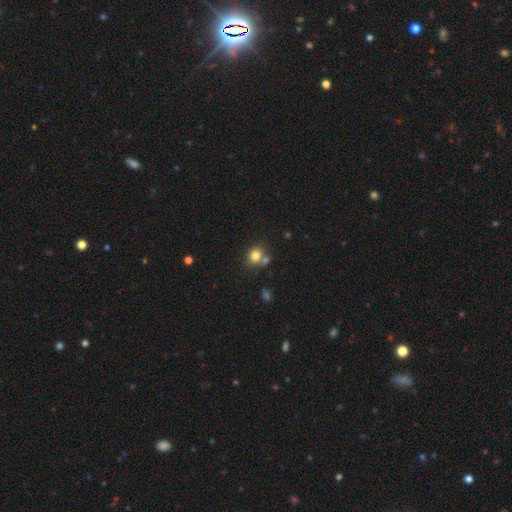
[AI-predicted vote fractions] Smooth or featured?
  - smooth: 80% *
  - star or artifact: 12%
  - featured or disk: 8%
How rounded?
  - round: 76% *
  - in between: 24%
  - cigar-shaped: 1%
Merging?
  - none: 60% *
  - merger: 24%
  - minor disturbance: 12%
  - major disturbance: 4%